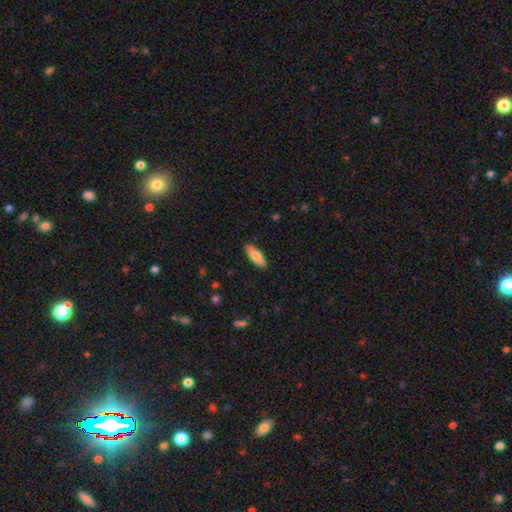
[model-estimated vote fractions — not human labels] Smooth or featured?
  - smooth: 76% *
  - featured or disk: 19%
  - star or artifact: 6%
How rounded?
  - in between: 60% *
  - cigar-shaped: 38%
  - round: 2%
Merging?
  - none: 89% *
  - minor disturbance: 8%
  - major disturbance: 2%
  - merger: 1%